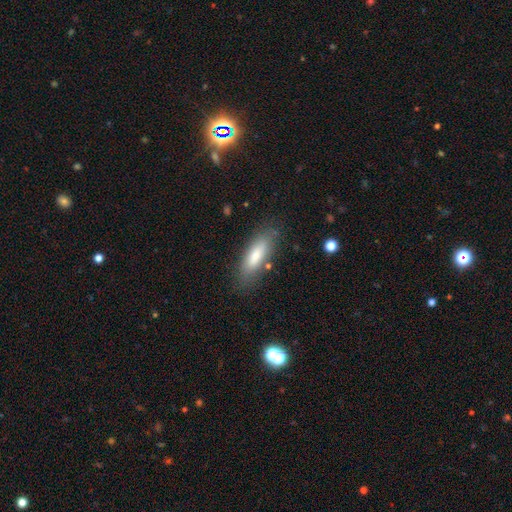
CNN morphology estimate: Smooth or featured? smooth (75%)
How rounded? in between (60%)
Merging? none (79%)